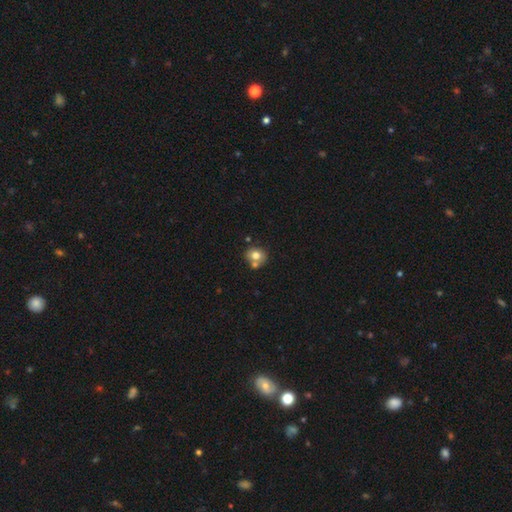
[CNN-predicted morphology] Smooth or featured?
  - smooth: 75% *
  - featured or disk: 15%
  - star or artifact: 10%
How rounded?
  - round: 71% *
  - in between: 28%
  - cigar-shaped: 1%
Merging?
  - none: 54% *
  - merger: 31%
  - minor disturbance: 11%
  - major disturbance: 3%